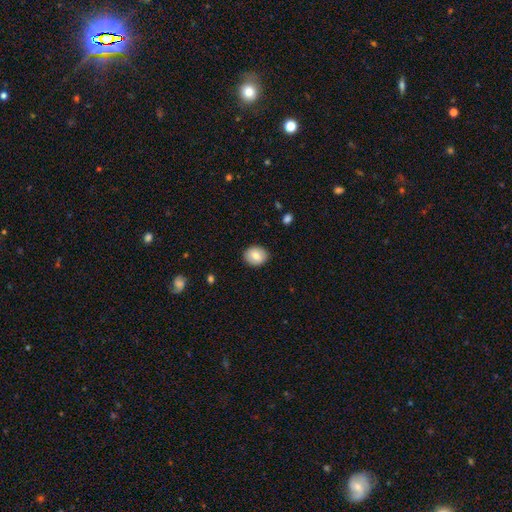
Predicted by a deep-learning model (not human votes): Morphology: type=smooth (74%); roundness=round (60%); merging=none (87%).